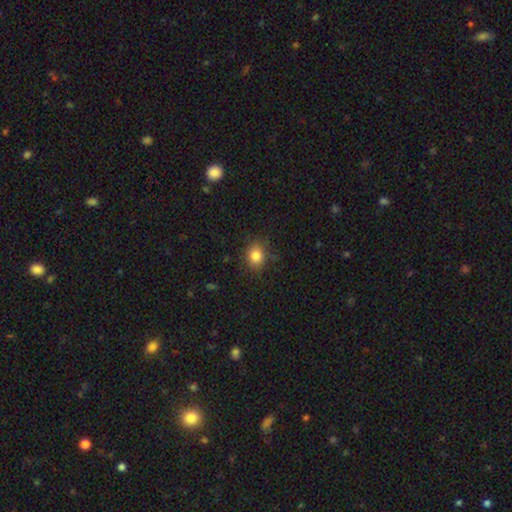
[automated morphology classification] Overall: smooth (83%). How rounded: round (61%; in between 38%). Merging: none (81%).